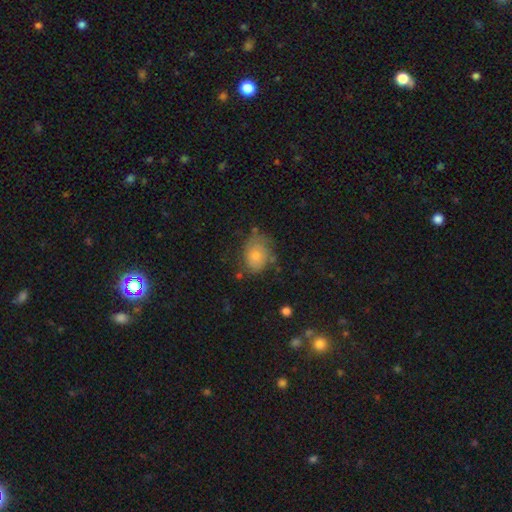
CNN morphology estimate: This appears to be a smooth galaxy with no disk features (65%) that is in between round and cigar-shaped (66%). Merging: none (64%).